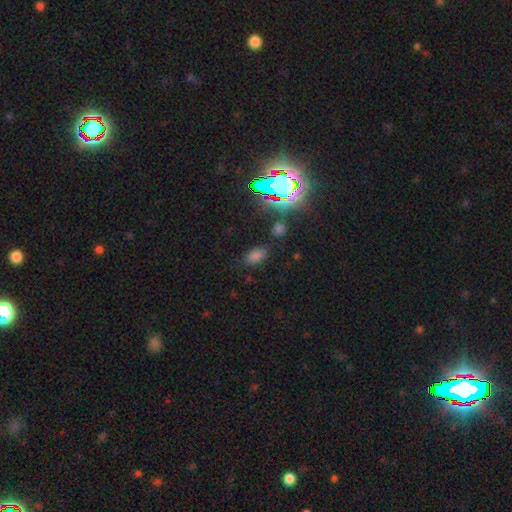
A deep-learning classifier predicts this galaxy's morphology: Q: Smooth or featured?
A: smooth (66%); runner-up: star or artifact (27%)
Q: How rounded?
A: in between (86%); runner-up: round (11%)
Q: Merging?
A: none (79%); runner-up: minor disturbance (13%)